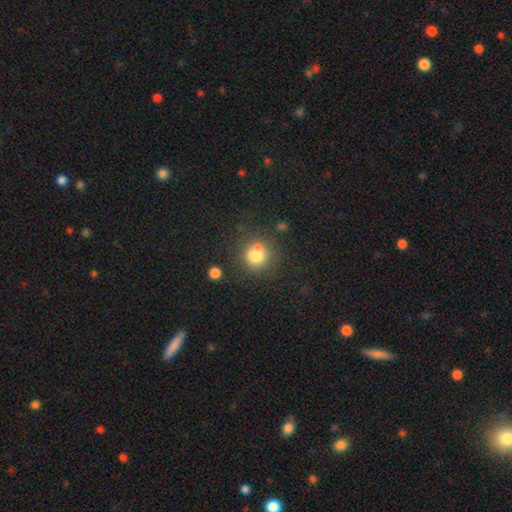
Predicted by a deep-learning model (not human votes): Smooth or featured? Predicted: smooth (p=0.74). How rounded? Predicted: round (p=0.85). Merging? Predicted: none (p=0.55).